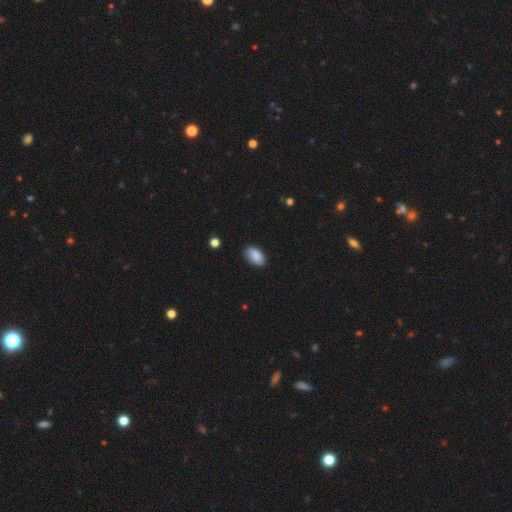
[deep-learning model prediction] A smooth galaxy with no disk features (88%) that is in between round and cigar-shaped (93%). Merging: none (83%).